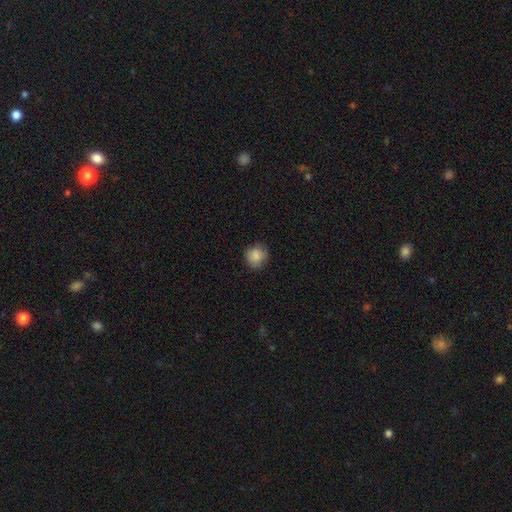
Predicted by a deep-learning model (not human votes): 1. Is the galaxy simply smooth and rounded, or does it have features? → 87% smooth, 8% star or artifact, 5% featured or disk.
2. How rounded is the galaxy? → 90% round, 9% in between, 1% cigar-shaped.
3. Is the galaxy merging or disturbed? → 83% none, 14% minor disturbance, 3% major disturbance, 1% merger.